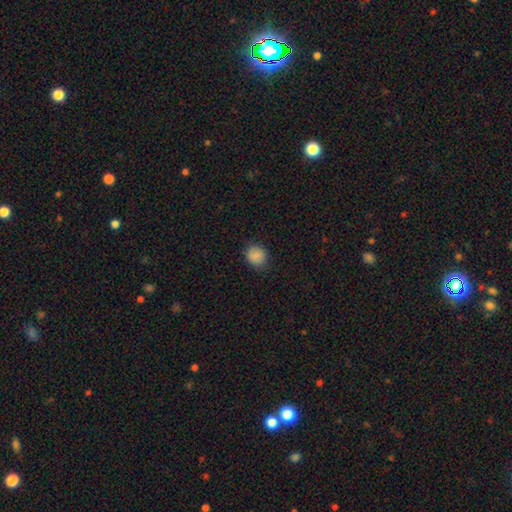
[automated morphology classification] This appears to be a smooth galaxy with no disk features (86%) that is round (77%). Merging: none (83%).